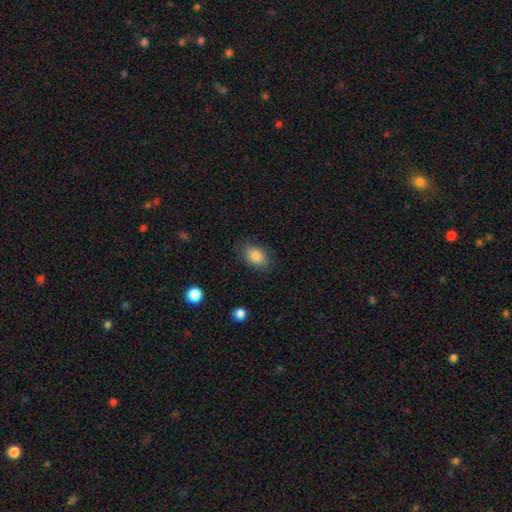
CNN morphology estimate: This appears to be a smooth galaxy with no disk features (86%) that is in between round and cigar-shaped (82%). Merging: none (80%).